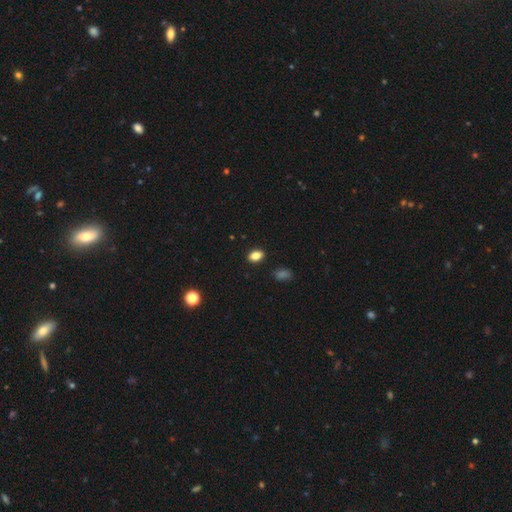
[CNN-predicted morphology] A smooth galaxy with no disk features (84%) that is in between round and cigar-shaped (81%). Merging: none (89%).